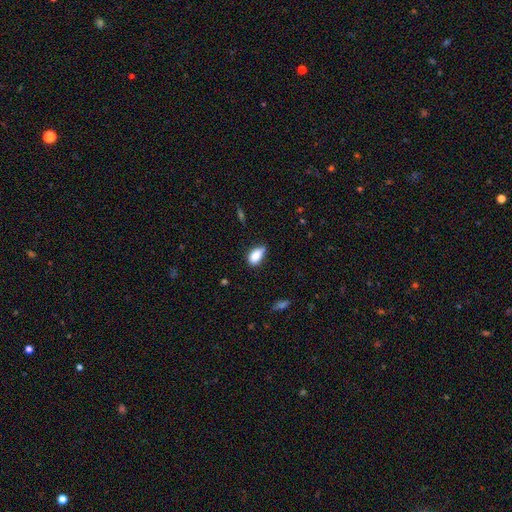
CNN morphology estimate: Smooth or featured?
  - smooth: 86% *
  - star or artifact: 8%
  - featured or disk: 6%
How rounded?
  - in between: 90% *
  - round: 6%
  - cigar-shaped: 3%
Merging?
  - none: 56% *
  - minor disturbance: 34%
  - major disturbance: 7%
  - merger: 3%